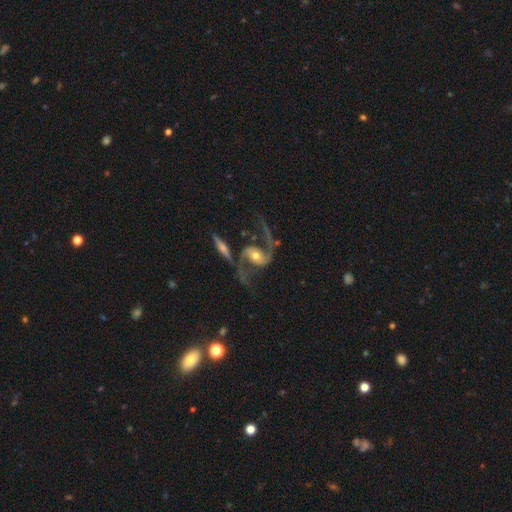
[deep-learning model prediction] The model was most divided on "bar": no: 44%, weak: 36%, strong: 21%. More confident: spiral arms — yes (97%); edge-on disk — no (96%); spiral arm count — 2 (94%); smooth or featured — featured or disk (91%); spiral winding — loose (72%); bulge size — moderate (63%); merging — none (59%).